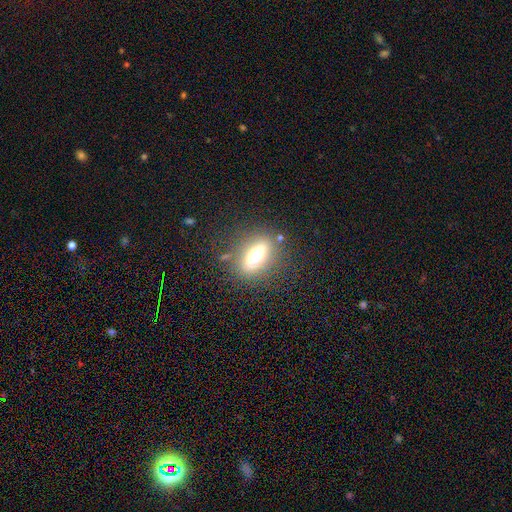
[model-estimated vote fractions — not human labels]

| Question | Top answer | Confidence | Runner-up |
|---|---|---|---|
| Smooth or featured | smooth | 49% | featured or disk (38%) |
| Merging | none | 80% | minor disturbance (11%) |